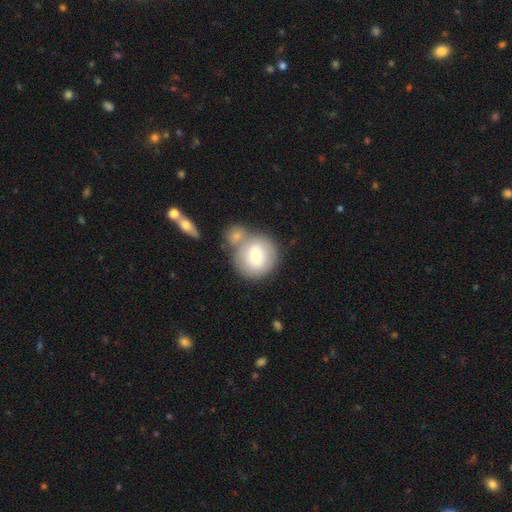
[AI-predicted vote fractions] Smooth or featured?
  - smooth: 72% *
  - featured or disk: 21%
  - star or artifact: 7%
How rounded?
  - round: 91% *
  - in between: 8%
  - cigar-shaped: 1%
Merging?
  - none: 50% *
  - merger: 35%
  - minor disturbance: 11%
  - major disturbance: 4%